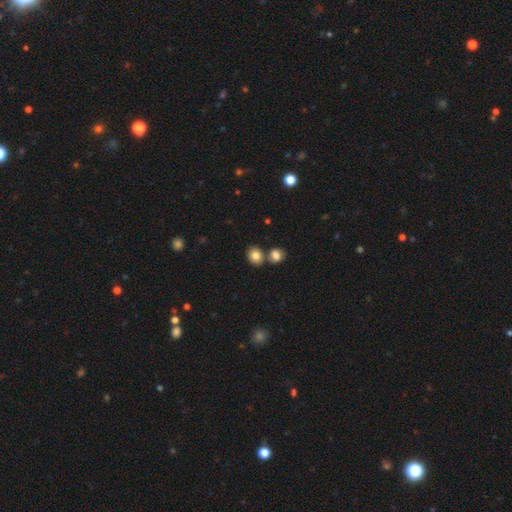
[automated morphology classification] This appears to be a smooth galaxy with no disk features (83%) that is round (62%). Merging: none (64%).